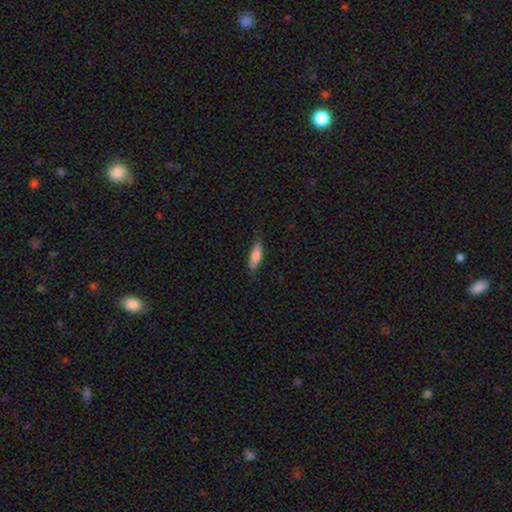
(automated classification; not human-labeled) A smooth galaxy with no disk features (78%) that is in between round and cigar-shaped (66%). Merging: none (73%).